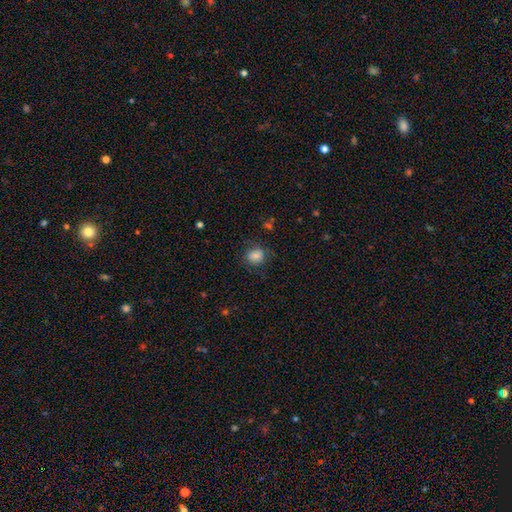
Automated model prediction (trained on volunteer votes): Q: Smooth or featured?
A: smooth (80%); runner-up: featured or disk (10%)
Q: How rounded?
A: round (69%); runner-up: in between (30%)
Q: Merging?
A: none (71%); runner-up: minor disturbance (19%)